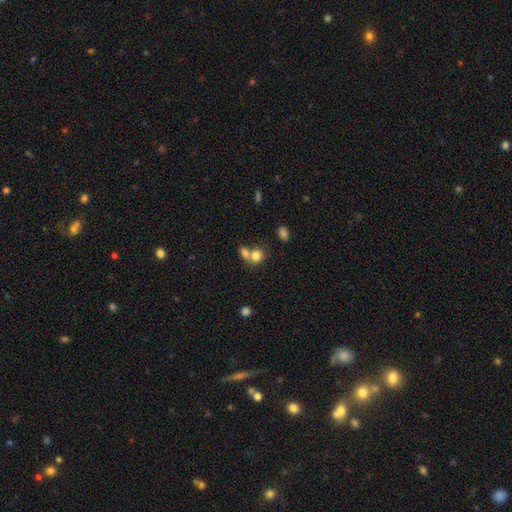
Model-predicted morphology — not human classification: A smooth galaxy with no disk features (78%) that is round (65%).

Vote fractions:
- Smooth or featured? smooth: 78% / featured or disk: 11% / star or artifact: 10%
- How rounded? round: 65% / in between: 34% / cigar-shaped: 1%
- Merging? merger: 57% / none: 32% / minor disturbance: 7% / major disturbance: 4%